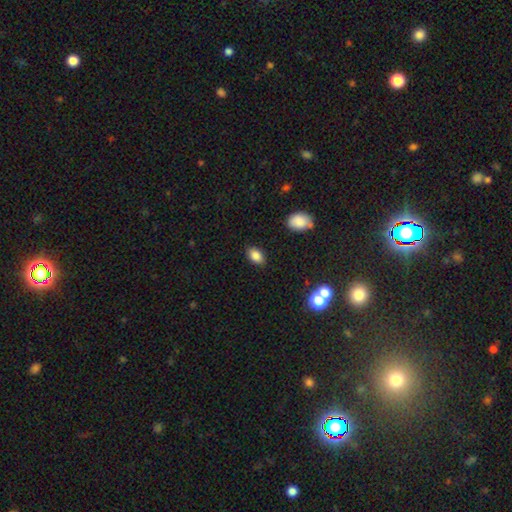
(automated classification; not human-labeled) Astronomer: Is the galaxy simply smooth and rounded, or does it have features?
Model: smooth — 85%.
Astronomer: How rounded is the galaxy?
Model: in between — 87%.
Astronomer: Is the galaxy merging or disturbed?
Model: none — 86%.